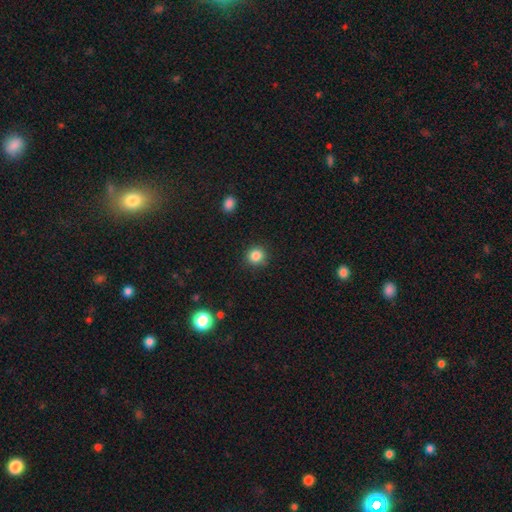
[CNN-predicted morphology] A smooth galaxy with no disk features (85%) that is round (91%). Merging: none (89%).